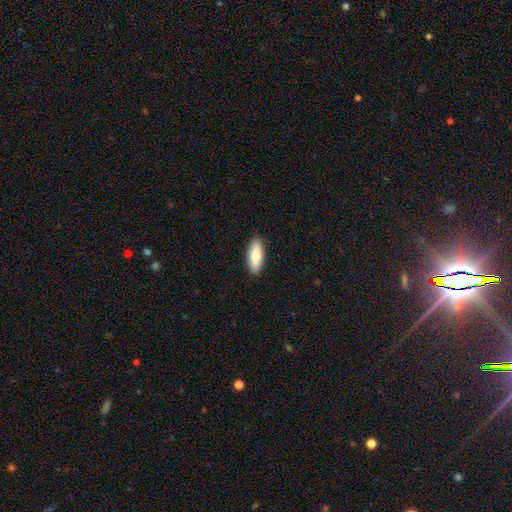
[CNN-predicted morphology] smooth 81%, featured or disk 14%, star or artifact 6%. Down the decision tree: how rounded — in between (75%); merging — none (90%).